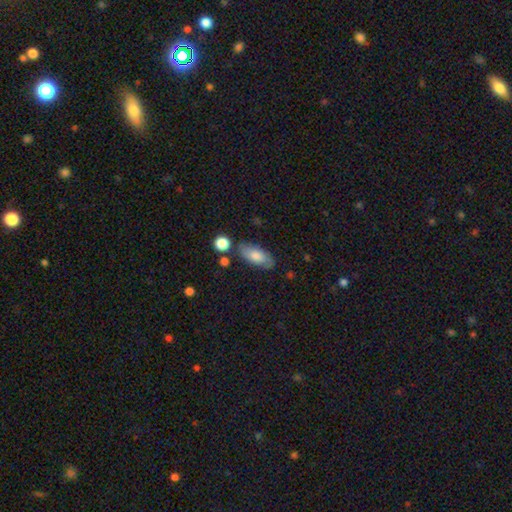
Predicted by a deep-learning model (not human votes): Morphology: type=smooth (72%); roundness=in between (87%); merging=none (76%).